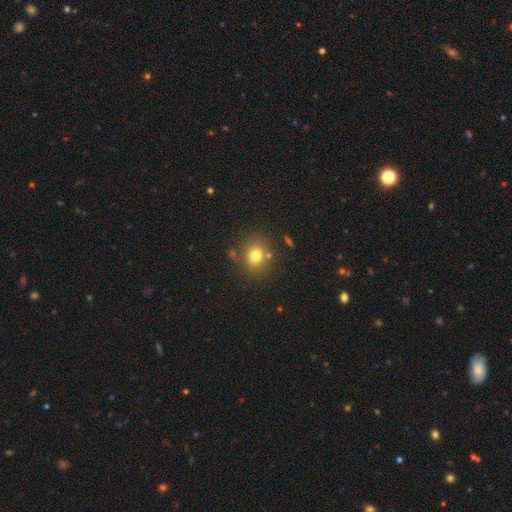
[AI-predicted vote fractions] This is likely a smooth galaxy (76%). How rounded: likely round (75%). Merging: likely none (76%).